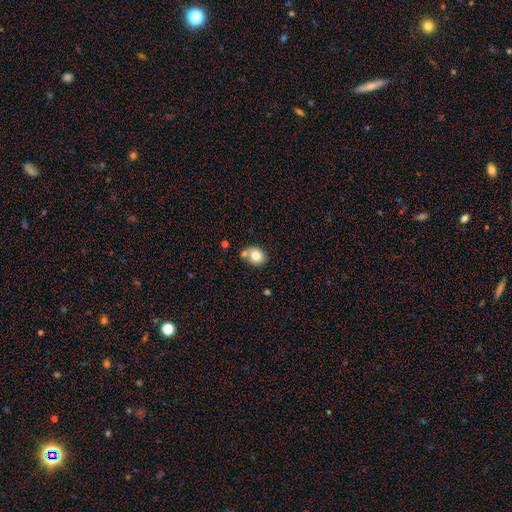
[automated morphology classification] smooth-or-featured: smooth: 81% | star or artifact: 10% | featured or disk: 9%
  how-rounded: round: 67% | in between: 32% | cigar-shaped: 1%
  merging: none: 63% | merger: 20% | minor disturbance: 14% | major disturbance: 3%